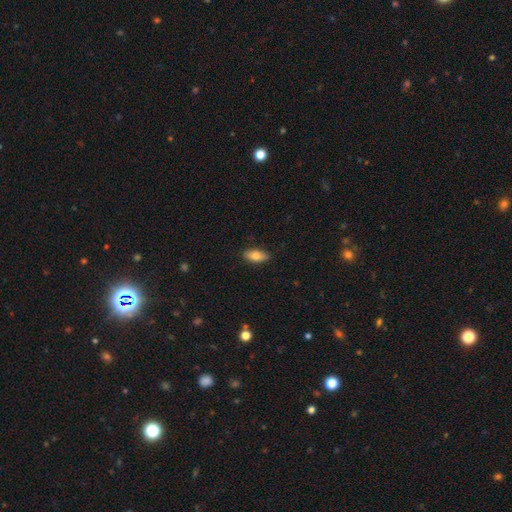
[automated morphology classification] smooth 75%, featured or disk 18%, star or artifact 7%. Down the decision tree: how rounded — in between (81%); merging — none (87%).